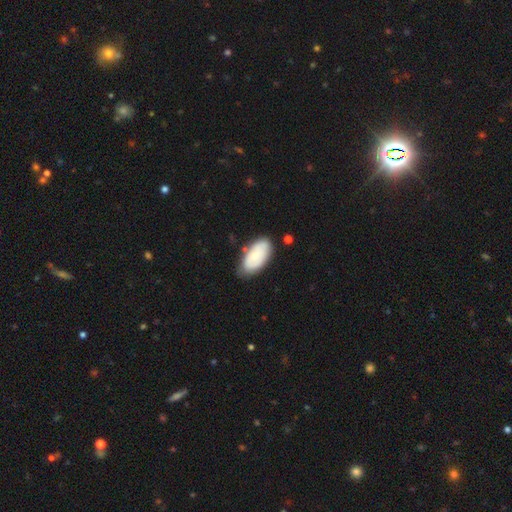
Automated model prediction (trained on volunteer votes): A smooth galaxy with no disk features (63%) that is in between round and cigar-shaped (94%). Merging: none (70%).